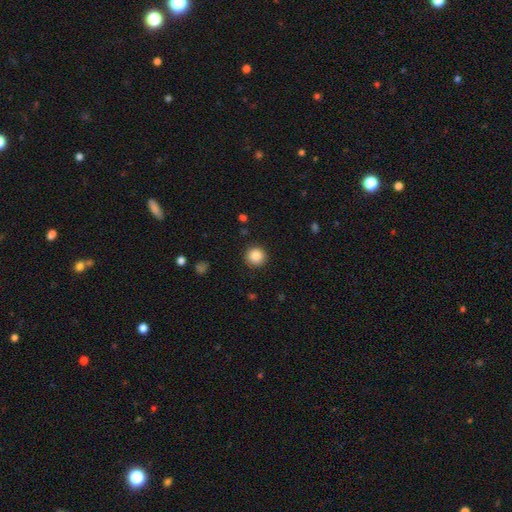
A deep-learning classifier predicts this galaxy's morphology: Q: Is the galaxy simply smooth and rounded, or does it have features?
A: smooth — 87%.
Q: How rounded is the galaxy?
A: round — 93%.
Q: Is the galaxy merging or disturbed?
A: none — 89%.